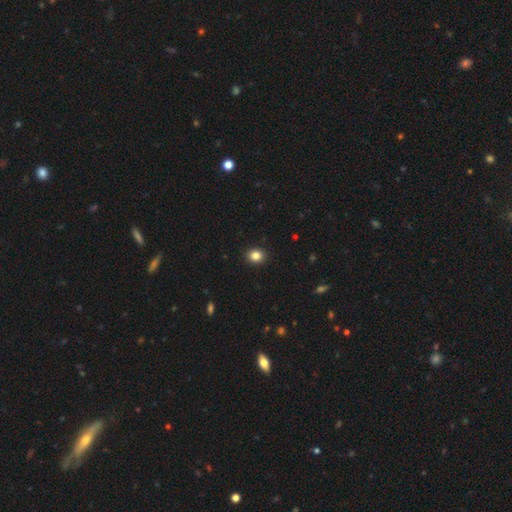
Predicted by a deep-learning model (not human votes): This is clearly a smooth galaxy (85%). How rounded: likely round (71%). Merging: clearly none (92%).